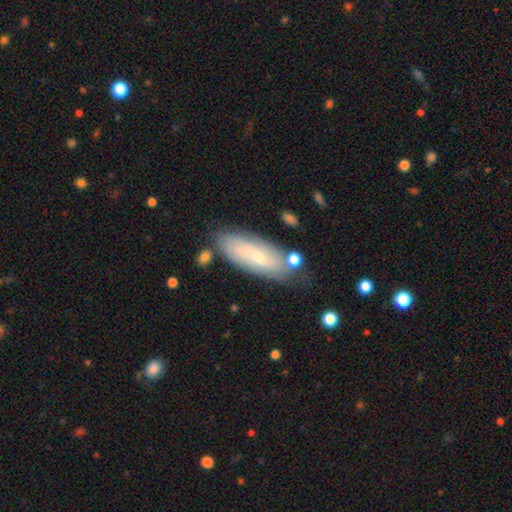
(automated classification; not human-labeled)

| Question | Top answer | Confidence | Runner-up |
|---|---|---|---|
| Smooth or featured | smooth | 54% | featured or disk (39%) |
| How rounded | in between | 68% | cigar-shaped (30%) |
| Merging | none | 70% | minor disturbance (19%) |